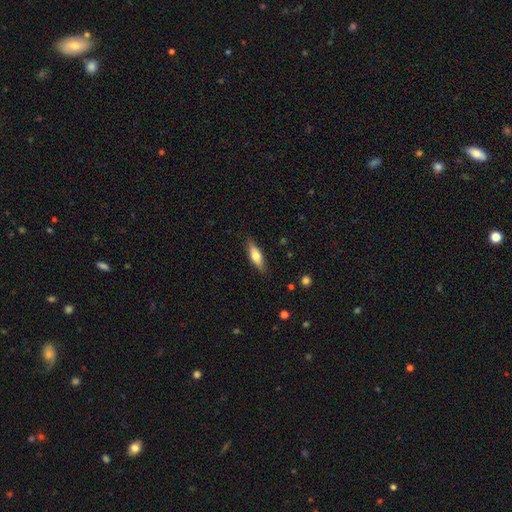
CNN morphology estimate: Smooth or featured?
  - smooth: 59% *
  - featured or disk: 35%
  - star or artifact: 6%
How rounded?
  - in between: 51% *
  - cigar-shaped: 47%
  - round: 3%
Merging?
  - none: 85% *
  - minor disturbance: 11%
  - major disturbance: 2%
  - merger: 1%